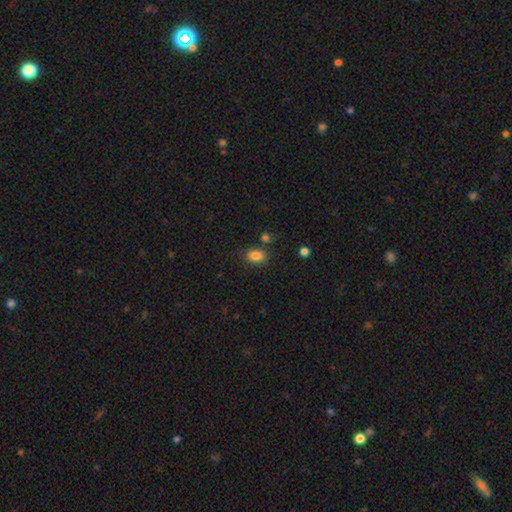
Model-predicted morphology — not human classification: The model was most divided on "how rounded": in between: 76%, round: 23%, cigar-shaped: 1%. More confident: smooth or featured — smooth (85%); merging — none (79%).